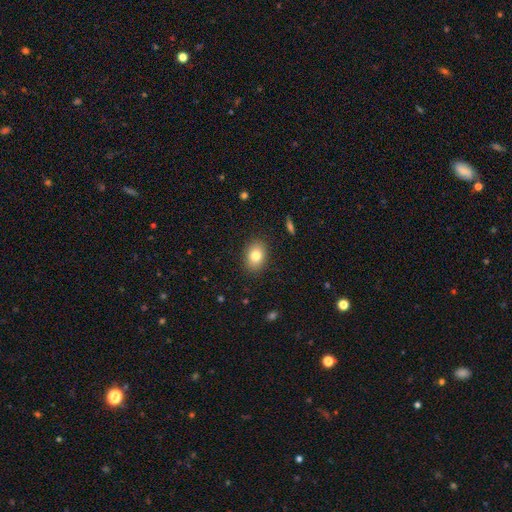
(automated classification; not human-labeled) This is clearly a smooth galaxy (81%). How rounded: likely in between (73%). Merging: clearly none (89%).